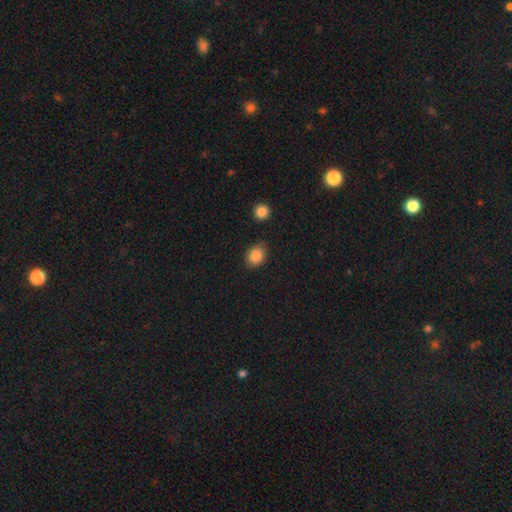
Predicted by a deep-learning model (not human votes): A smooth galaxy with no disk features (86%) that is round (51%).

Vote fractions:
- Smooth or featured? smooth: 86% / star or artifact: 9% / featured or disk: 5%
- How rounded? round: 51% / in between: 48% / cigar-shaped: 1%
- Merging? none: 79% / minor disturbance: 15% / major disturbance: 3% / merger: 3%